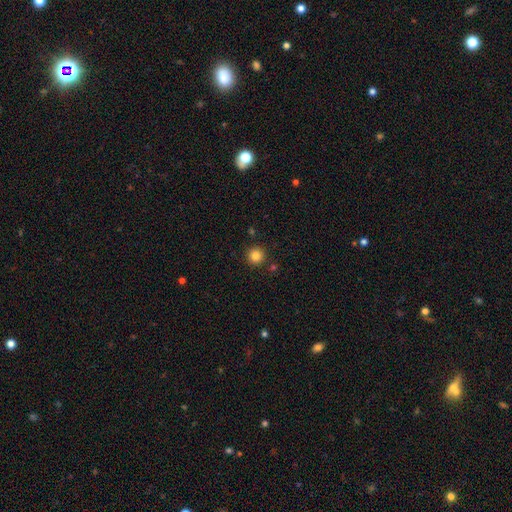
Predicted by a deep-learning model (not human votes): The model was most divided on "smooth or featured": smooth: 84%, star or artifact: 12%, featured or disk: 5%. More confident: how rounded — round (96%); merging — none (90%).